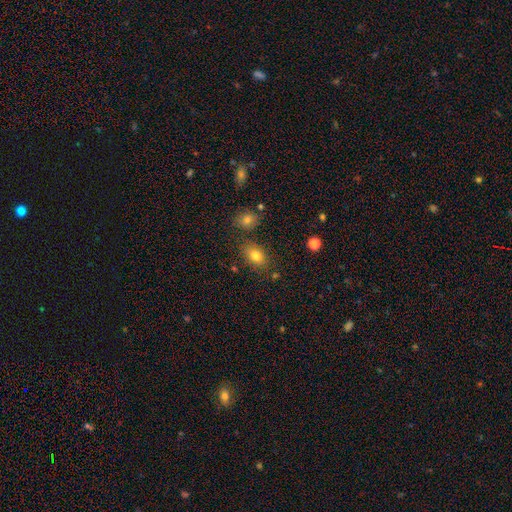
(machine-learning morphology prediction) Smooth or featured: smooth — 80% (star or artifact — 11%)
How rounded: in between — 79% (round — 19%)
Merging: none — 77% (minor disturbance — 13%)